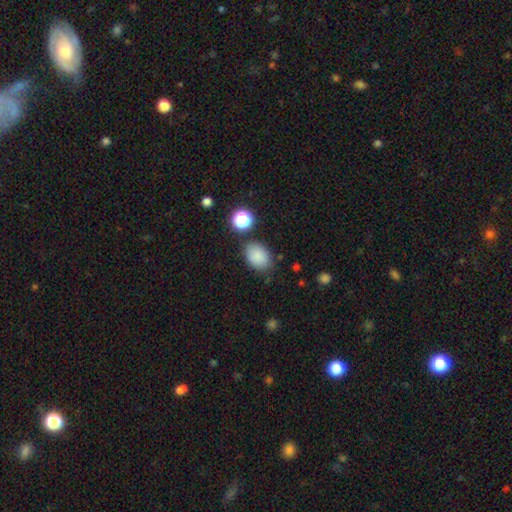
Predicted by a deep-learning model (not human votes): The model was most divided on "how rounded": in between: 73%, round: 26%, cigar-shaped: 1%. More confident: smooth or featured — smooth (84%); merging — none (75%).